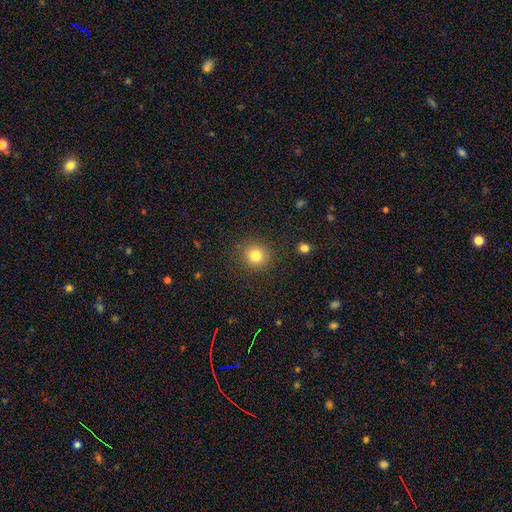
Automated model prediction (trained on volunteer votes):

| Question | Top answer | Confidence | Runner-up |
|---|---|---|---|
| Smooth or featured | smooth | 81% | star or artifact (12%) |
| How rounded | round | 91% | in between (8%) |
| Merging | none | 88% | minor disturbance (7%) |